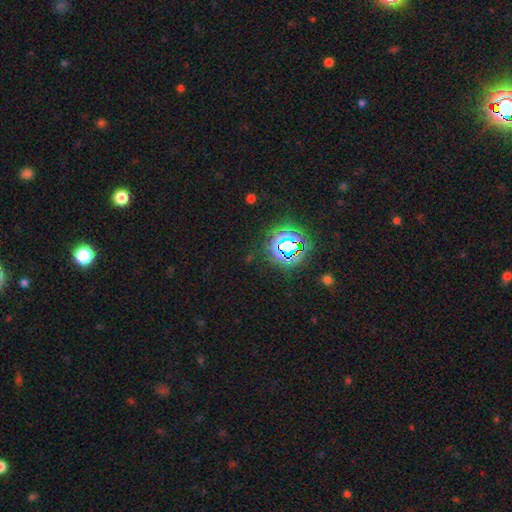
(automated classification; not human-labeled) Morphology: type=star or artifact (79%).